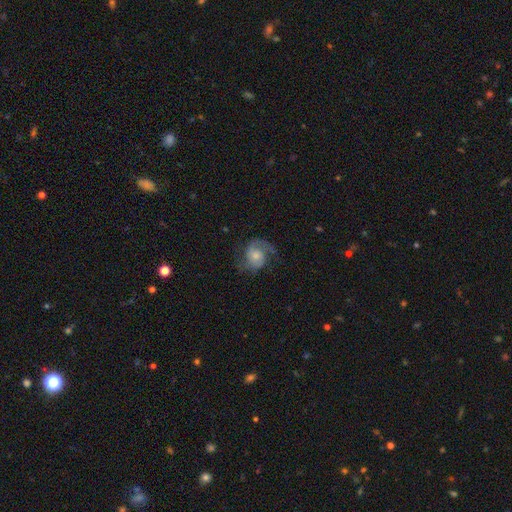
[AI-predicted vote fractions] Smooth or featured? featured or disk (78%)
Edge-on disk? no (98%)
Bar? no (70%)
Spiral arms? yes (95%)
Spiral winding? medium (49%)
Spiral arm count? 2 (79%)
Bulge size? moderate (46%)
Merging? none (66%)